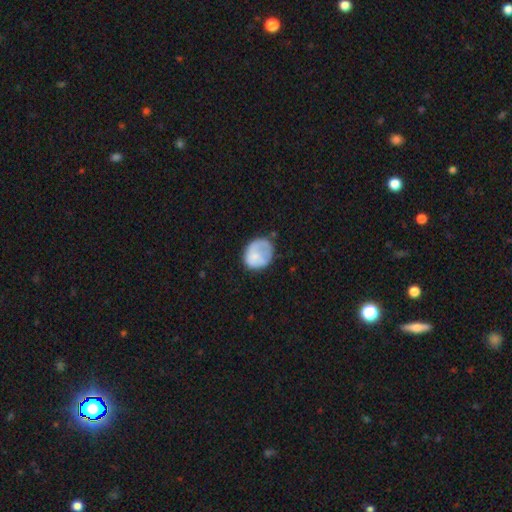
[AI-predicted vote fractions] Morphology: type=smooth (69%); roundness=round (63%); merging=none (45%).